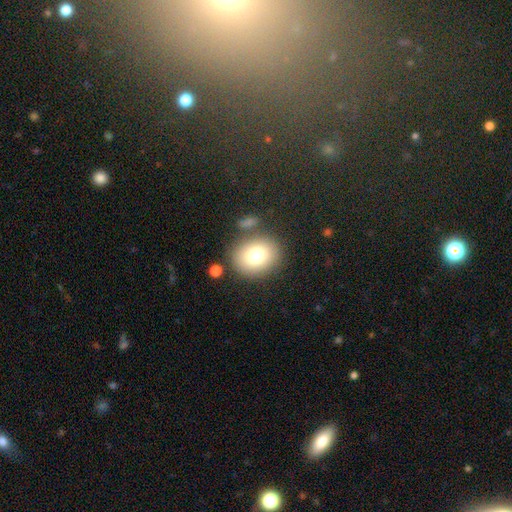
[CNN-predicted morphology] smooth 77%, featured or disk 12%, star or artifact 10%. Down the decision tree: how rounded — round (62%); merging — none (79%).